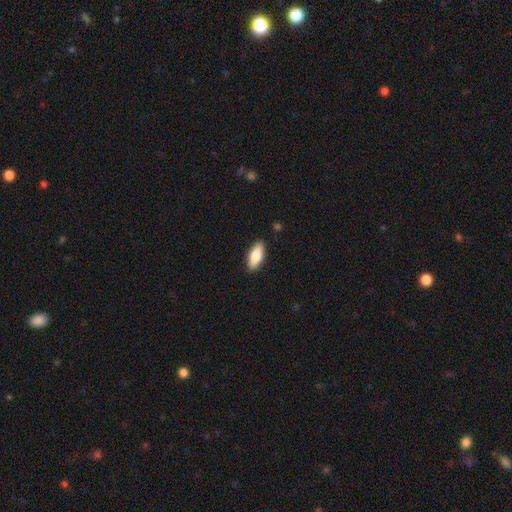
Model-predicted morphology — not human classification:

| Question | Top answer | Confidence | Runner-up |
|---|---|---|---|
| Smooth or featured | smooth | 78% | featured or disk (16%) |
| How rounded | in between | 79% | cigar-shaped (19%) |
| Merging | none | 89% | minor disturbance (8%) |